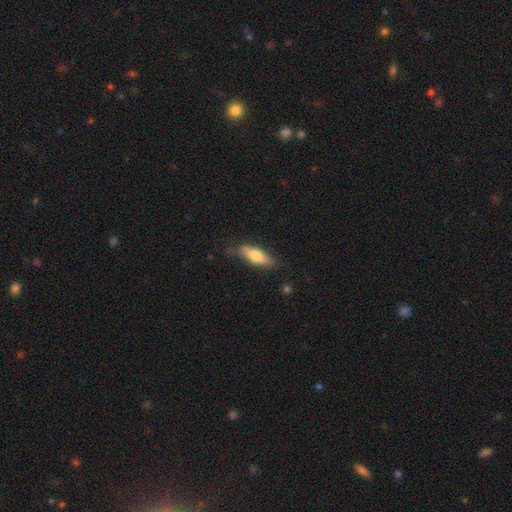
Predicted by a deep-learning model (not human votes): smooth_or_featured: smooth (p=0.67) [alt: featured or disk p=0.28]
how_rounded: in between (p=0.55) [alt: cigar-shaped p=0.43]
merging: none (p=0.71) [alt: minor disturbance p=0.22]